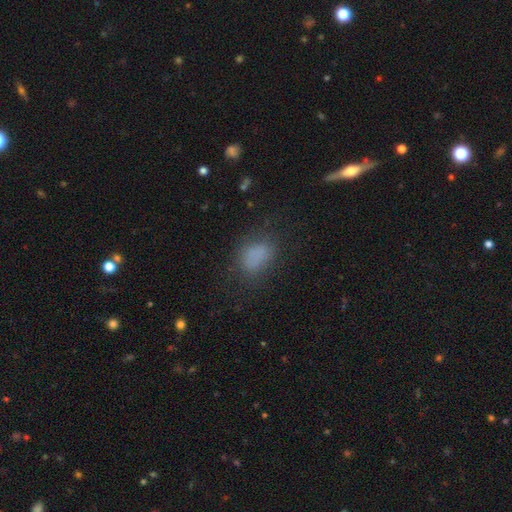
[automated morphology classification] A smooth galaxy with no disk features (78%) that is in between round and cigar-shaped (78%). Merging: none (69%).